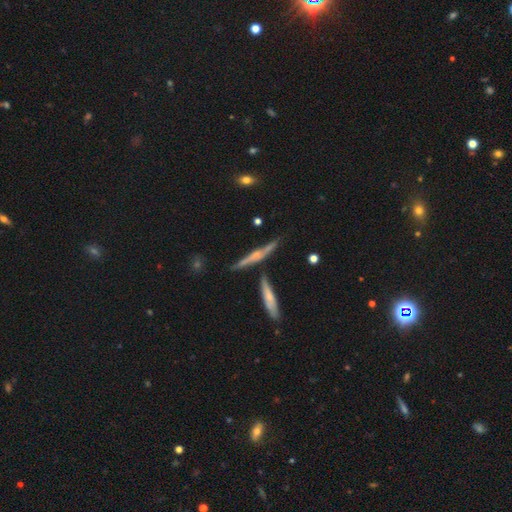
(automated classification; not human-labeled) Smooth or featured? Predicted: featured or disk (p=0.65). Edge-on disk? Predicted: yes (p=0.93). Edge-on bulge? Predicted: rounded (p=0.61). Merging? Predicted: none (p=0.69).